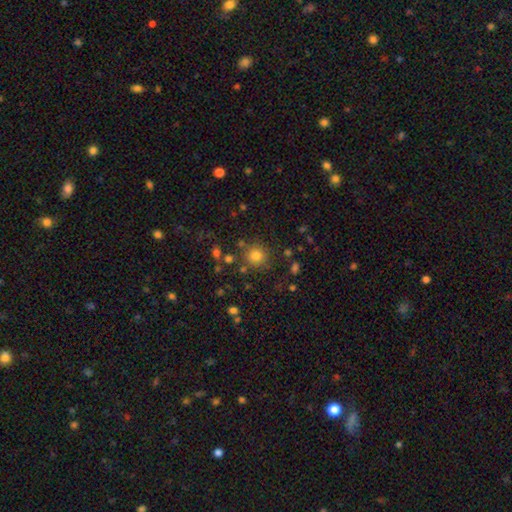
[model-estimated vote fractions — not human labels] A smooth galaxy with no disk features (79%) that is round (92%). Merging: none (82%).